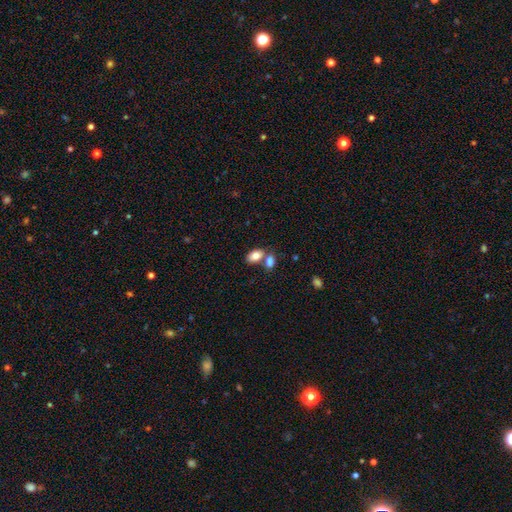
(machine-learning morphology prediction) Q: Smooth or featured?
A: smooth (82%); runner-up: featured or disk (11%)
Q: How rounded?
A: in between (91%); runner-up: round (7%)
Q: Merging?
A: none (47%); runner-up: merger (41%)